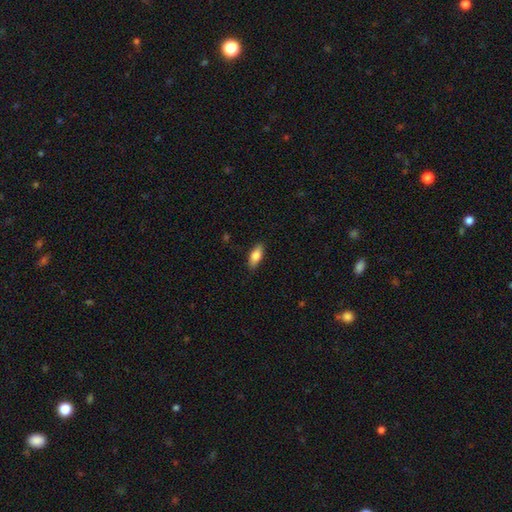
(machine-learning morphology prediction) Smooth or featured?
  - smooth: 76% *
  - featured or disk: 17%
  - star or artifact: 6%
How rounded?
  - in between: 77% *
  - cigar-shaped: 20%
  - round: 3%
Merging?
  - none: 86% *
  - minor disturbance: 10%
  - major disturbance: 2%
  - merger: 1%